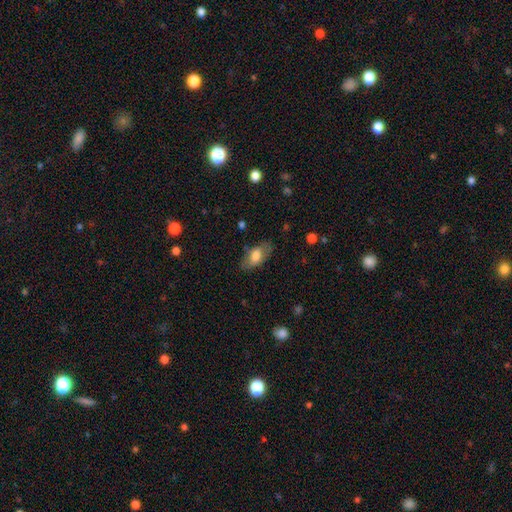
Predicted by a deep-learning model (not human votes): Q: Smooth or featured?
A: smooth (69%); runner-up: featured or disk (24%)
Q: How rounded?
A: in between (90%); runner-up: cigar-shaped (6%)
Q: Merging?
A: none (74%); runner-up: minor disturbance (18%)